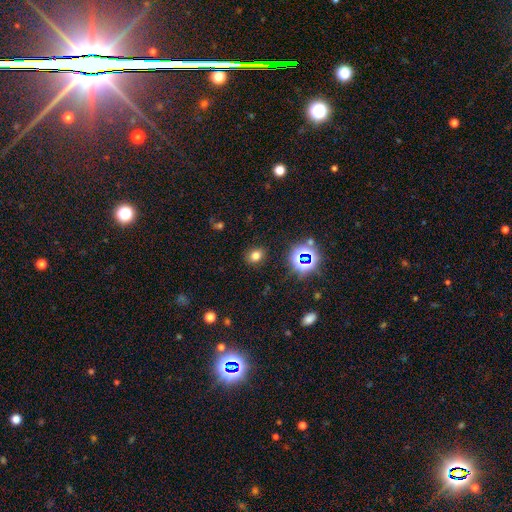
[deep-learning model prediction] This is likely a smooth galaxy (72%). How rounded: possibly round (56%). Merging: clearly none (88%).